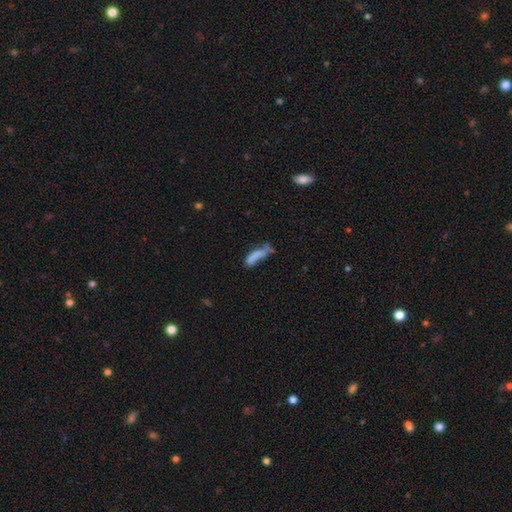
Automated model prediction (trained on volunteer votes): Q: Smooth or featured?
A: smooth (67%); runner-up: featured or disk (22%)
Q: How rounded?
A: cigar-shaped (51%); runner-up: in between (46%)
Q: Merging?
A: none (32%); runner-up: minor disturbance (28%)